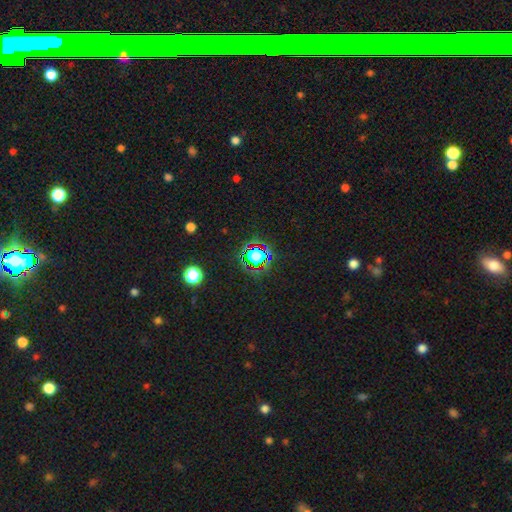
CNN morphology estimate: Smooth or featured? star or artifact (62%)